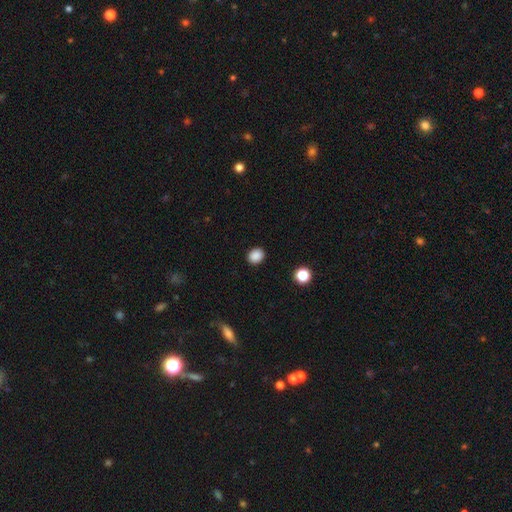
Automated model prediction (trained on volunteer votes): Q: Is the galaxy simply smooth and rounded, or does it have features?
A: smooth — 88%.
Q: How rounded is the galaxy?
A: round — 57%.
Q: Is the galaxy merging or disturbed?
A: none — 90%.